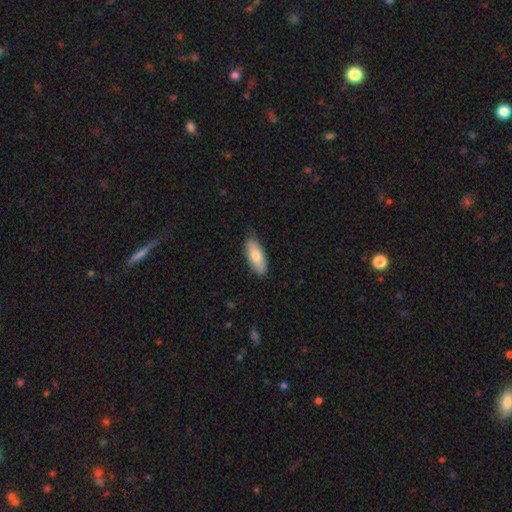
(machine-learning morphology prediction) smooth-or-featured: smooth: 78% | featured or disk: 17% | star or artifact: 6%
  how-rounded: in between: 71% | cigar-shaped: 27% | round: 2%
  merging: none: 81% | minor disturbance: 16% | major disturbance: 2% | merger: 1%